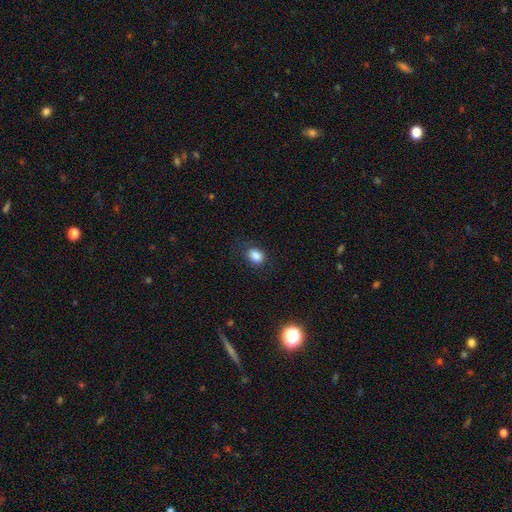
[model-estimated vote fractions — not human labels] This appears to be a smooth galaxy with no disk features (85%) that is in between round and cigar-shaped (61%). Merging: none (79%).